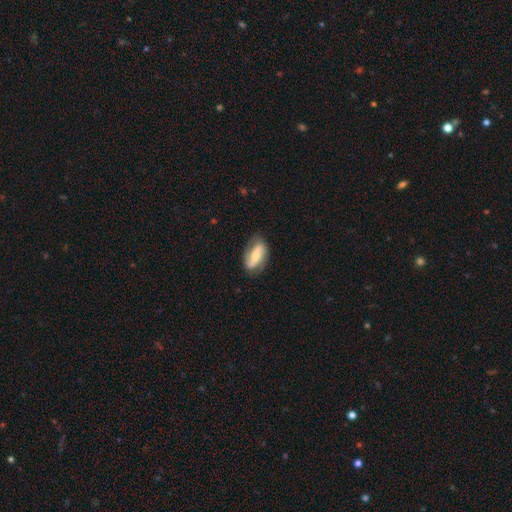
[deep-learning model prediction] Smooth or featured?
  - featured or disk: 55% *
  - smooth: 39%
  - star or artifact: 7%
Edge-on disk?
  - no: 91% *
  - yes: 9%
Bar?
  - strong: 38% *
  - no: 31%
  - weak: 31%
Spiral arms?
  - yes: 81% *
  - no: 19%
Bulge size?
  - moderate: 44% *
  - small: 41%
  - large: 8%
  - none: 5%
  - dominant: 2%
Merging?
  - none: 72% *
  - minor disturbance: 20%
  - major disturbance: 6%
  - merger: 1%